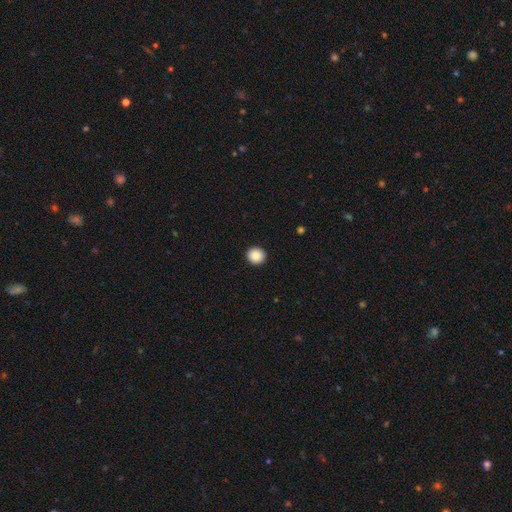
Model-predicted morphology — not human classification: The model was most divided on "smooth or featured": smooth: 88%, star or artifact: 9%, featured or disk: 3%. More confident: merging — none (93%); how rounded — round (93%).